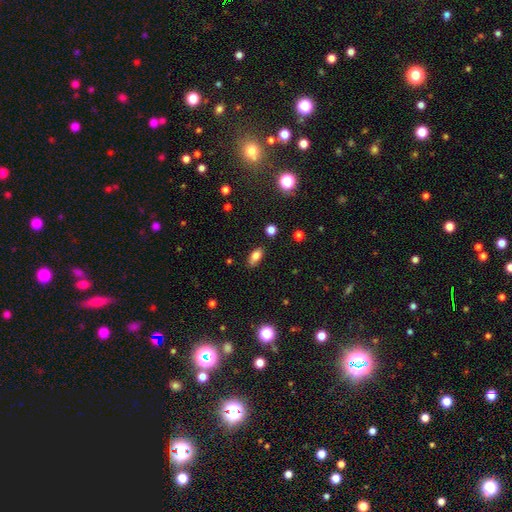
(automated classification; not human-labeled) Smooth or featured? Predicted: smooth (p=0.80). How rounded? Predicted: in between (p=0.88). Merging? Predicted: none (p=0.82).